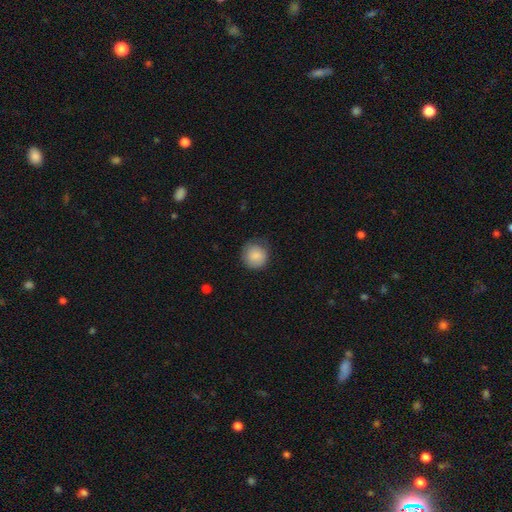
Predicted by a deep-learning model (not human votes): A smooth galaxy with no disk features (87%) that is round (92%).

Vote fractions:
- Smooth or featured? smooth: 87% / star or artifact: 7% / featured or disk: 6%
- How rounded? round: 92% / in between: 7% / cigar-shaped: 1%
- Merging? none: 76% / minor disturbance: 18% / major disturbance: 4% / merger: 1%